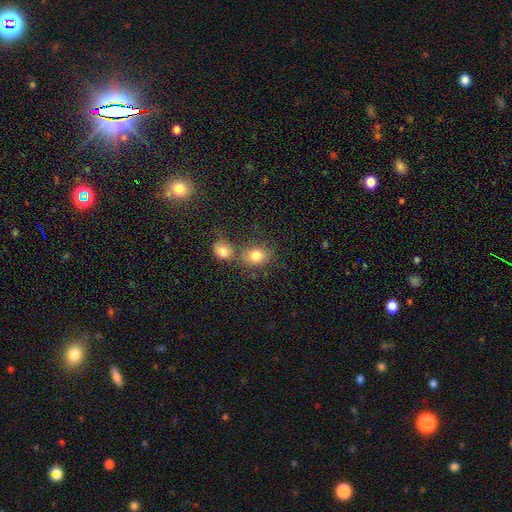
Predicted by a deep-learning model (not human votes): The model was most divided on "how rounded": round: 55%, in between: 44%, cigar-shaped: 1%. More confident: smooth or featured — smooth (80%); merging — none (57%).